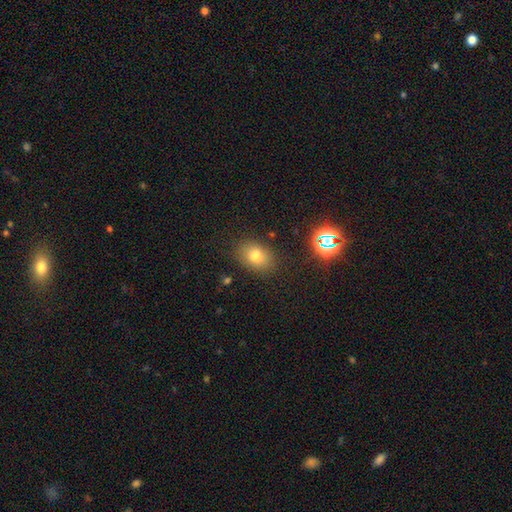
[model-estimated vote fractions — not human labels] smooth 74%, star or artifact 16%, featured or disk 10%. Down the decision tree: how rounded — in between (69%); merging — none (84%).